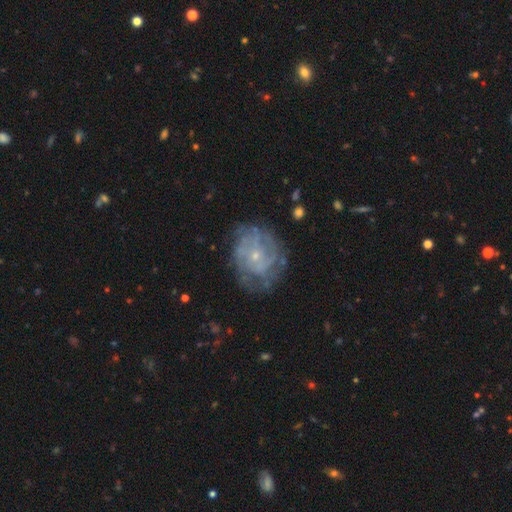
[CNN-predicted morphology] Smooth or featured? Predicted: featured or disk (p=0.75). Edge-on disk? Predicted: no (p=0.97). Bar? Predicted: no (p=0.76). Spiral arms? Predicted: yes (p=0.82). Spiral winding? Predicted: tight (p=0.60). Spiral arm count? Predicted: can't tell (p=0.50). Bulge size? Predicted: small (p=0.79). Merging? Predicted: none (p=0.68).